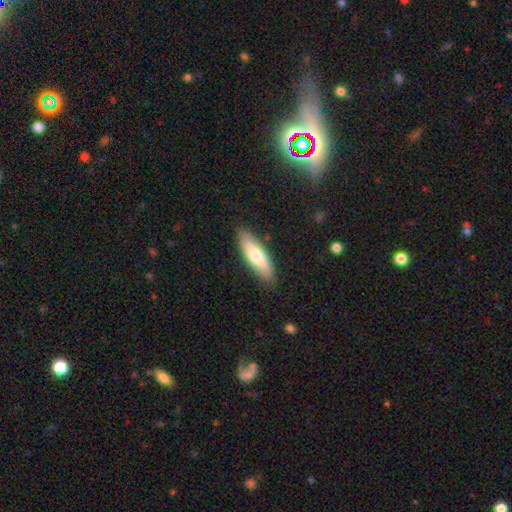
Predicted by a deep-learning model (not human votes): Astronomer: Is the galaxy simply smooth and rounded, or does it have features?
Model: smooth — 67%.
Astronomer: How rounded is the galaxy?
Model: cigar-shaped — 53% (runner-up: in between, 45%).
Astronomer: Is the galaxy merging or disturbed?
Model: none — 85%.